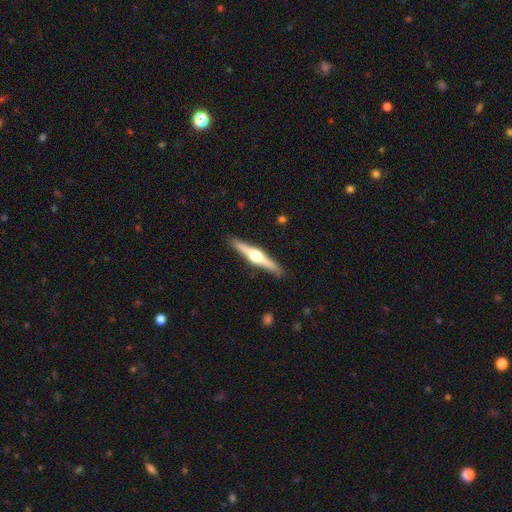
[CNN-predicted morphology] Overall: featured or disk (76%). Edge-on disk: yes (98%). Edge-on bulge: rounded (94%). Merging: none (90%).